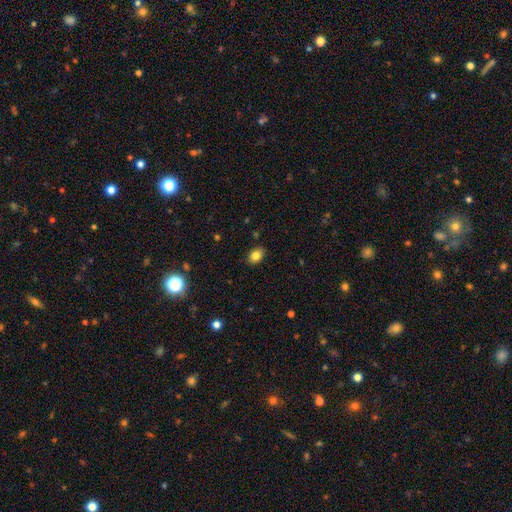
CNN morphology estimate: type=smooth (82%); roundness=in between (74%); merging=none (86%).